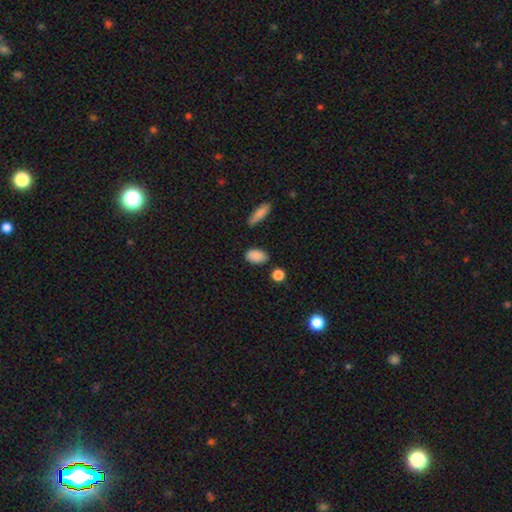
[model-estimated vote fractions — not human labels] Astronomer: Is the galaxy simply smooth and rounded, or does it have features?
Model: smooth — 88%.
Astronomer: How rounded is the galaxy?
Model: in between — 88%.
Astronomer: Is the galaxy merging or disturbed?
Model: none — 80%.